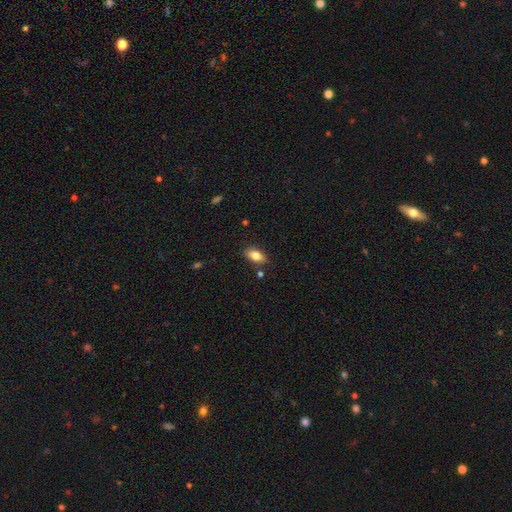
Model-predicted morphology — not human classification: smooth 79%, featured or disk 13%, star or artifact 8%. Down the decision tree: how rounded — in between (89%); merging — none (83%).